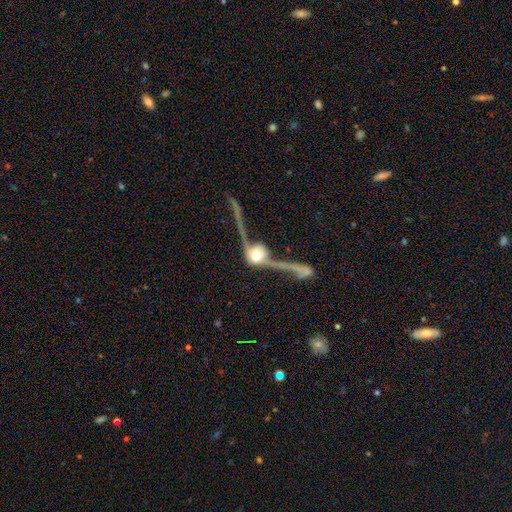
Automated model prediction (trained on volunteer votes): The model was most divided on "merging": none: 41%, major disturbance: 25%, minor disturbance: 17%, merger: 17%. More confident: edge-on bulge — rounded (93%); smooth or featured — featured or disk (73%); edge-on disk — yes (70%).